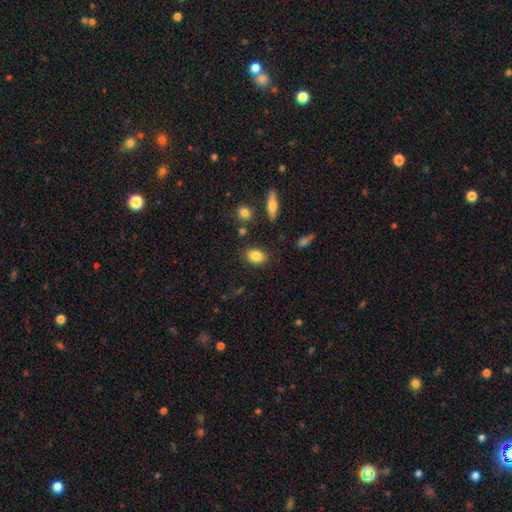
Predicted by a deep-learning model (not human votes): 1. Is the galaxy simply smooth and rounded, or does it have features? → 85% smooth, 8% star or artifact, 7% featured or disk.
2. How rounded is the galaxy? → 84% in between, 14% round, 2% cigar-shaped.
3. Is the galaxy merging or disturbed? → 82% none, 11% minor disturbance, 3% major disturbance, 3% merger.